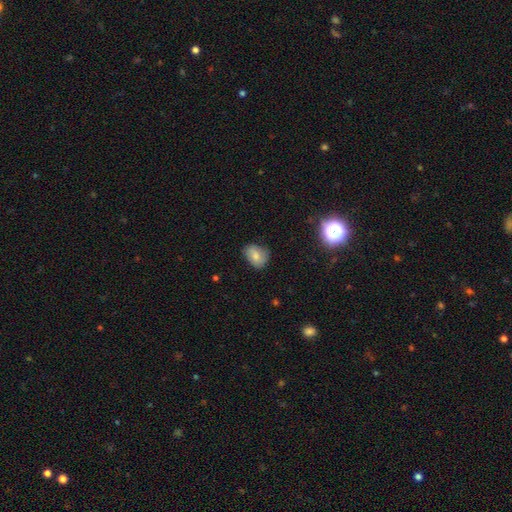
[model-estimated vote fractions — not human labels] Smooth or featured?
  - smooth: 74% *
  - featured or disk: 16%
  - star or artifact: 10%
How rounded?
  - in between: 61% *
  - round: 38%
  - cigar-shaped: 1%
Merging?
  - none: 67% *
  - minor disturbance: 26%
  - major disturbance: 5%
  - merger: 1%